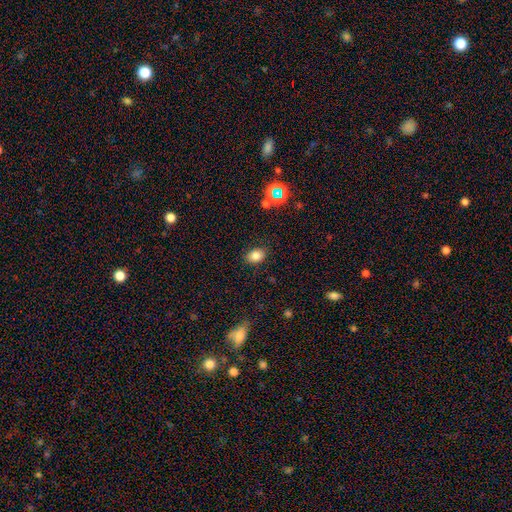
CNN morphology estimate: This appears to be a smooth galaxy with no disk features (81%) that is in between round and cigar-shaped (72%). Merging: none (86%).